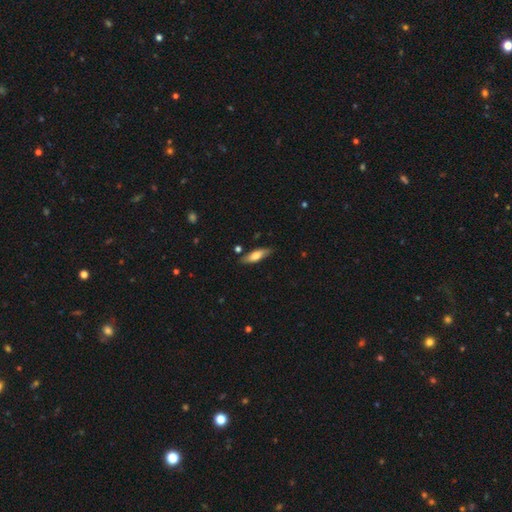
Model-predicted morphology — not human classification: A smooth galaxy with no disk features (67%) that is cigar-shaped (49%, tied with in between). Merging: none (80%).